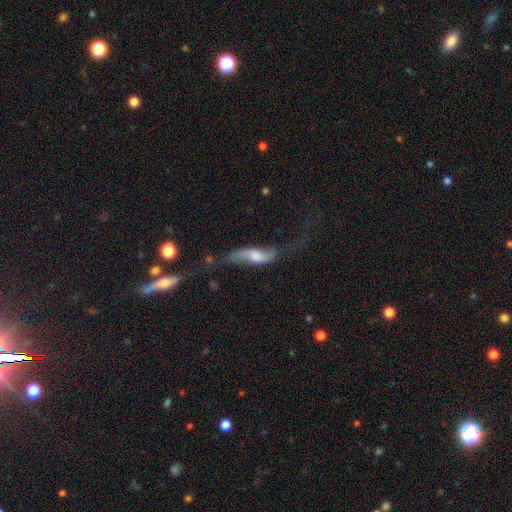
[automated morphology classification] The model was most divided on "merging": none: 39%, major disturbance: 28%, minor disturbance: 26%, merger: 7%. More confident: edge-on disk — no (72%); smooth or featured — featured or disk (54%).